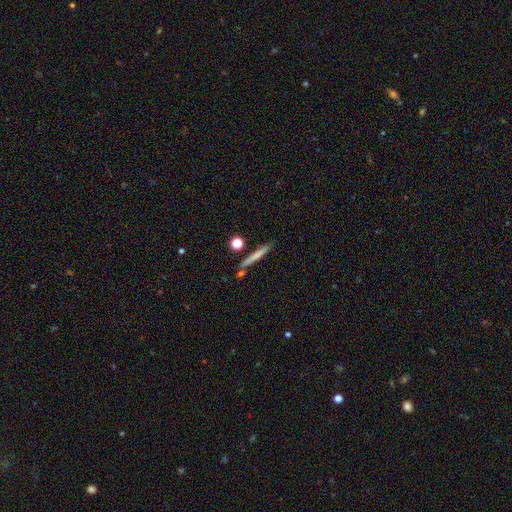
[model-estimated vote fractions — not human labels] Smooth or featured?
  - smooth: 64% *
  - featured or disk: 28%
  - star or artifact: 8%
How rounded?
  - cigar-shaped: 93% *
  - in between: 4%
  - round: 3%
Merging?
  - none: 79% *
  - minor disturbance: 10%
  - merger: 7%
  - major disturbance: 3%